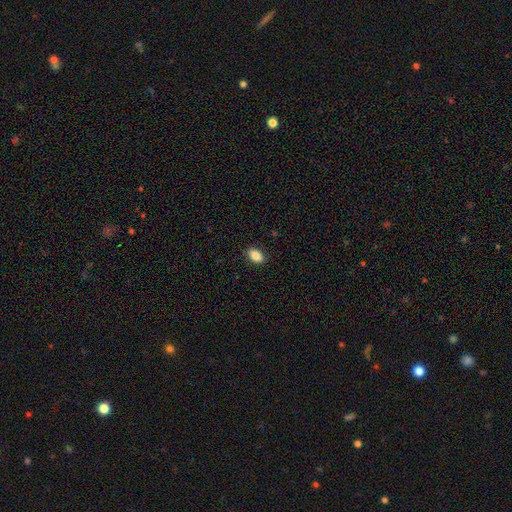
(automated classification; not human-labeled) Morphology: type=smooth (86%); roundness=in between (88%); merging=none (87%).